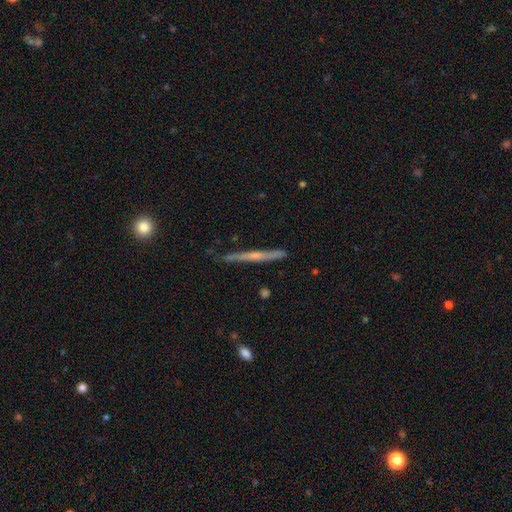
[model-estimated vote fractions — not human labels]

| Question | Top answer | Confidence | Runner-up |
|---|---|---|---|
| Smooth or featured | featured or disk | 68% | smooth (25%) |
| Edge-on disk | yes | 97% | no (3%) |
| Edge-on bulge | rounded | 51% | none (42%) |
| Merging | none | 84% | minor disturbance (12%) |